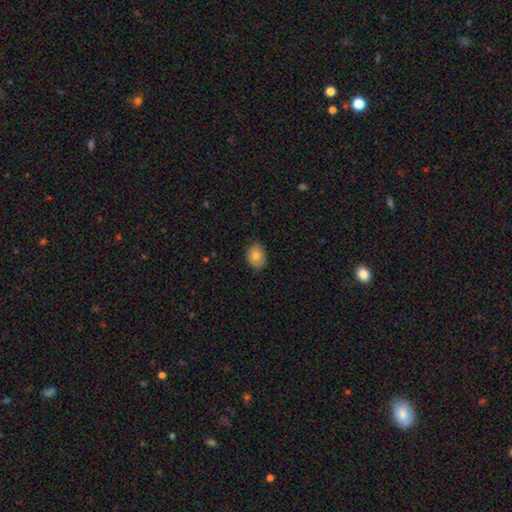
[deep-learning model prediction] The model was most divided on "how rounded": in between: 67%, round: 32%, cigar-shaped: 1%. More confident: merging — none (82%); smooth or featured — smooth (80%).